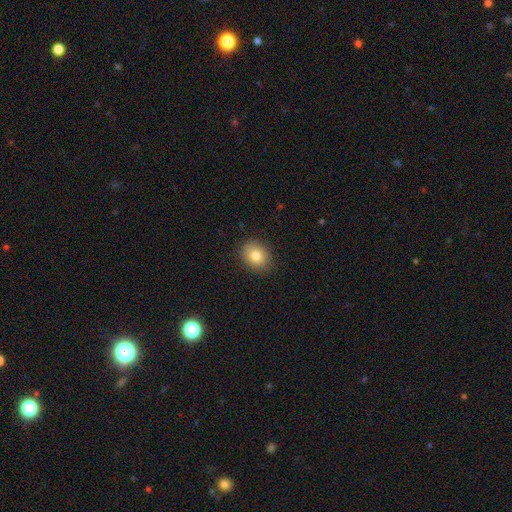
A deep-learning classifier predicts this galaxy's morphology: smooth_or_featured: smooth (p=0.81) [alt: star or artifact p=0.10]
how_rounded: in between (p=0.50) [alt: round p=0.49]
merging: none (p=0.87) [alt: minor disturbance p=0.10]